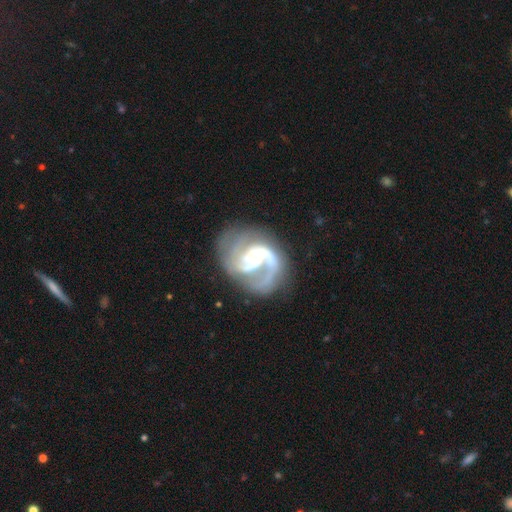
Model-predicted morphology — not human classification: Smooth or featured: featured or disk — 89% (smooth — 5%)
Edge-on disk: no — 98% (yes — 2%)
Bar: weak — 43% (no — 42%)
Spiral arms: yes — 97% (no — 3%)
Spiral winding: medium — 52% (loose — 26%)
Spiral arm count: 2 — 64% (3 — 13%)
Bulge size: small — 53% (moderate — 33%)
Merging: none — 58% (major disturbance — 21%)